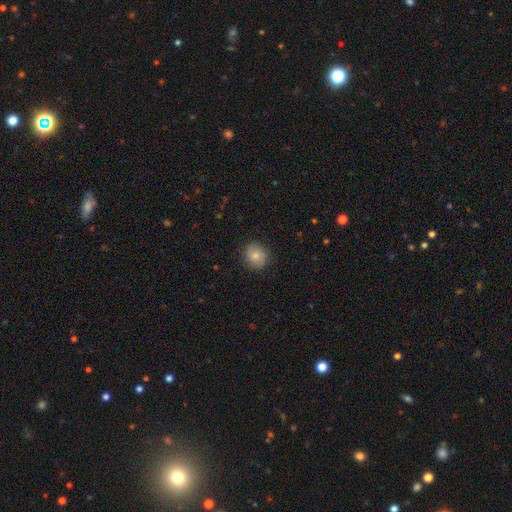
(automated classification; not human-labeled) The model was most divided on "how rounded": round: 82%, in between: 17%, cigar-shaped: 1%. More confident: merging — none (88%); smooth or featured — smooth (82%).